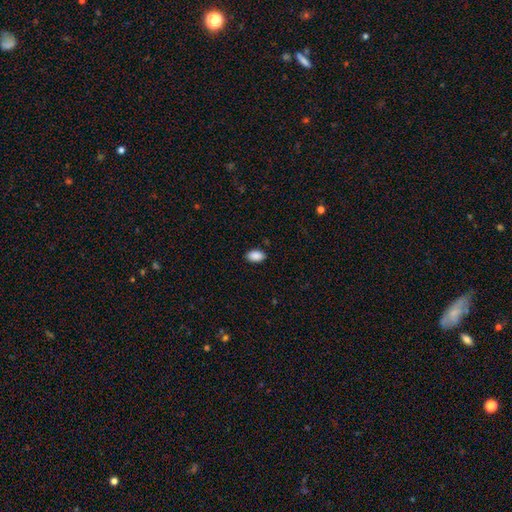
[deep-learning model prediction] smooth_or_featured: smooth (p=0.90) [alt: star or artifact p=0.07]
how_rounded: in between (p=0.92) [alt: round p=0.06]
merging: none (p=0.88) [alt: minor disturbance p=0.09]